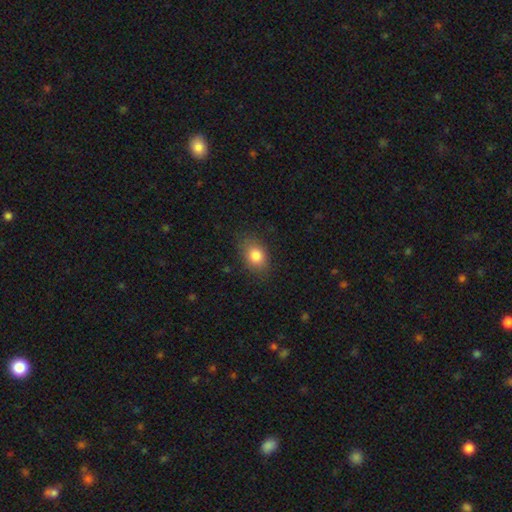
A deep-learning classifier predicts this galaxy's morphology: type=smooth (82%); roundness=in between (70%); merging=none (81%).